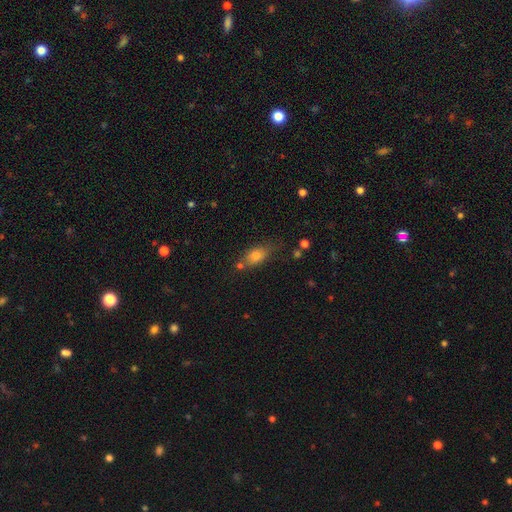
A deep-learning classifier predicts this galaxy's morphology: type=smooth (78%); roundness=in between (79%); merging=none (62%).